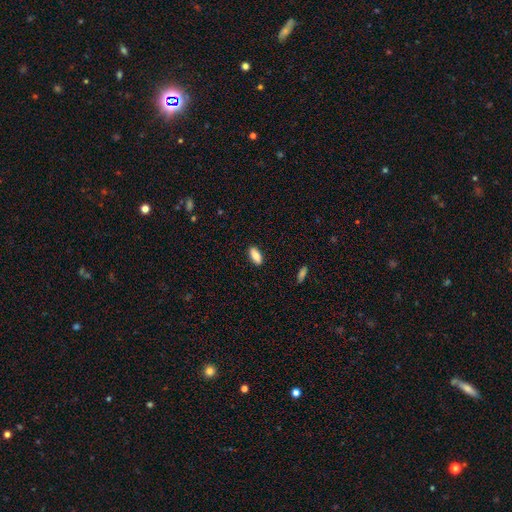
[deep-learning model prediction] This is clearly a smooth galaxy (85%). How rounded: clearly in between (82%). Merging: clearly none (88%).